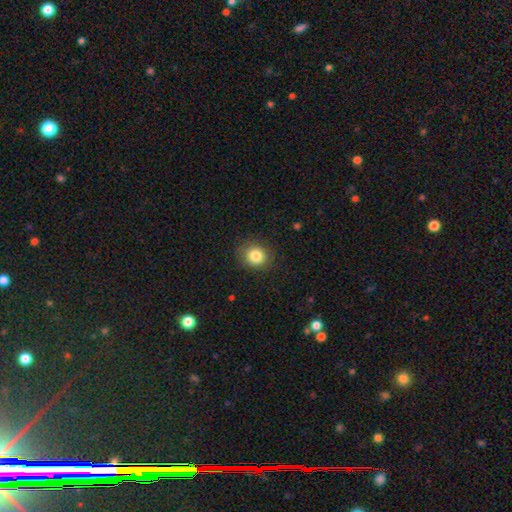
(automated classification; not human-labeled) Smooth or featured? smooth (83%)
How rounded? round (79%)
Merging? none (87%)